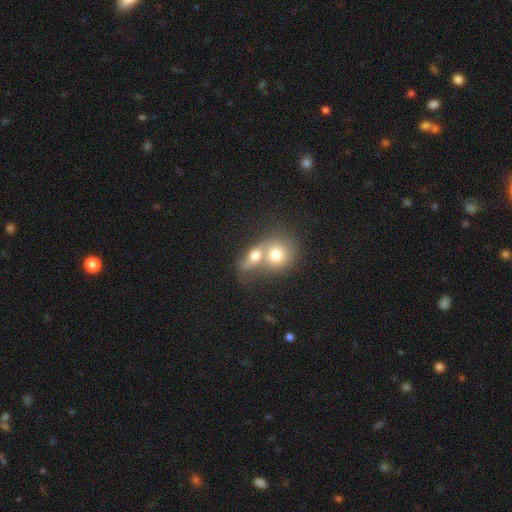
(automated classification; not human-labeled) Smooth or featured? Predicted: smooth (p=0.60). How rounded? Predicted: round (p=0.74). Merging? Predicted: merger (p=0.60).